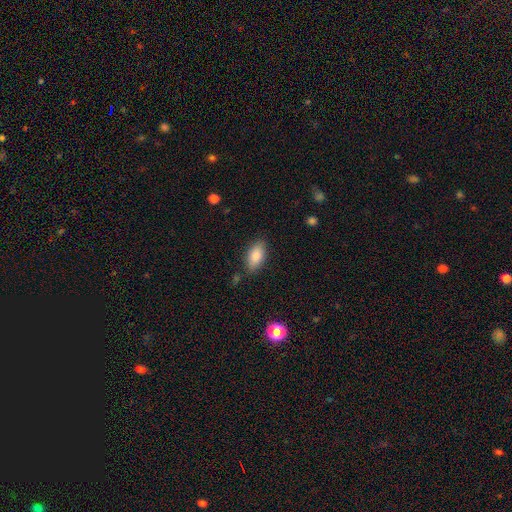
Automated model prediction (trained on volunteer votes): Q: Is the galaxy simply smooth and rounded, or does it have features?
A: smooth — 84%.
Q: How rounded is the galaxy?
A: in between — 90%.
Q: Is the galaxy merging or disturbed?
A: none — 82%.